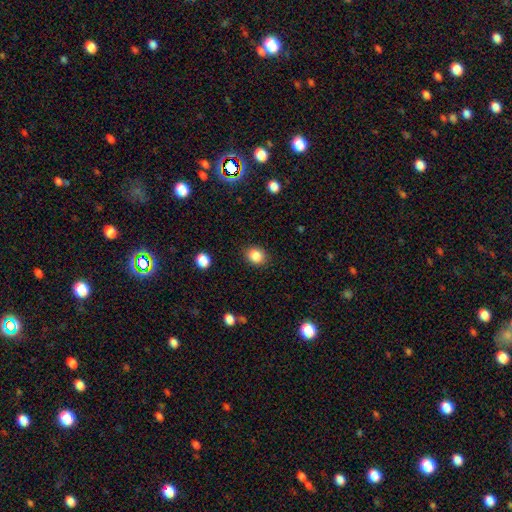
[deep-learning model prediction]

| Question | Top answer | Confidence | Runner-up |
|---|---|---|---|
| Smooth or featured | smooth | 86% | star or artifact (10%) |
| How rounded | round | 59% | in between (41%) |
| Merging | none | 86% | minor disturbance (10%) |